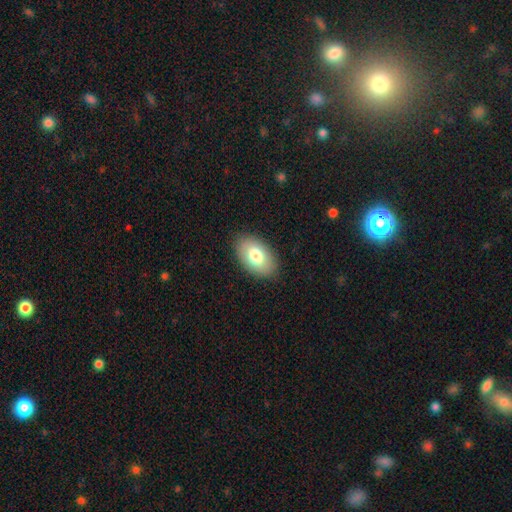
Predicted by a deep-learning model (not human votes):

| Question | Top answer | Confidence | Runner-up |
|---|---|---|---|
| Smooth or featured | smooth | 78% | featured or disk (16%) |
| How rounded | in between | 93% | round (6%) |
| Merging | none | 87% | minor disturbance (10%) |